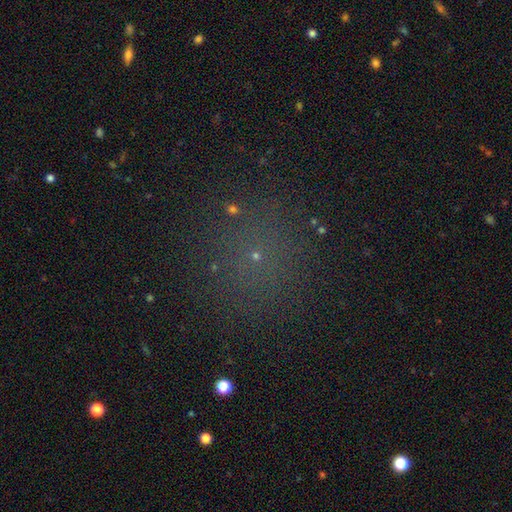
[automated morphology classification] This appears to be a smooth galaxy with no disk features (51%) that is round (94%). Merging: none (88%).